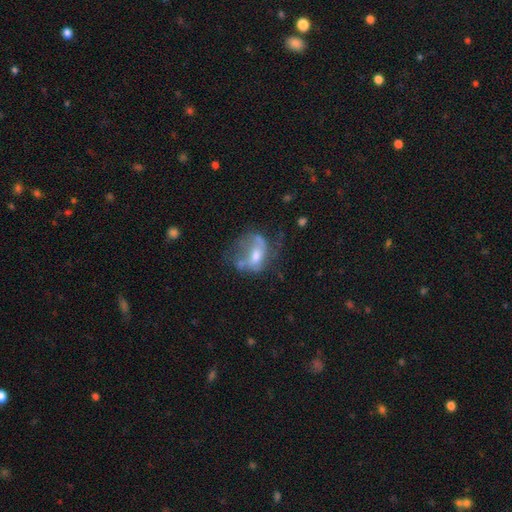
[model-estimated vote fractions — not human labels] featured or disk 56%, smooth 34%, star or artifact 10%. Down the decision tree: edge-on disk — no (96%); bar — no (60%); spiral arms — no (58%); bulge size — moderate (56%); merging — major disturbance (38%).